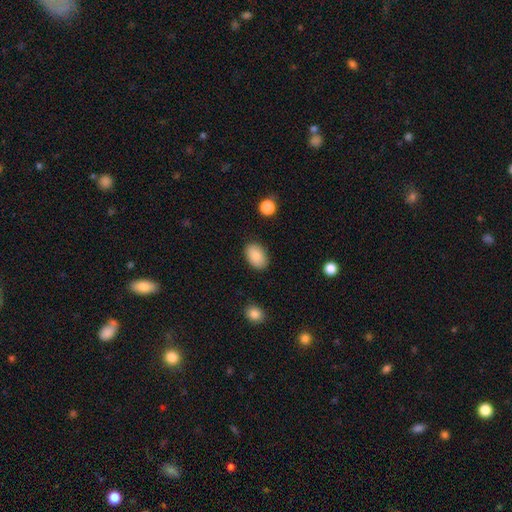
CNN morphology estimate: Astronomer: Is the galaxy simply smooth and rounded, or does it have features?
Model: smooth — 88%.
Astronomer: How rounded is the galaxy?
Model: in between — 89%.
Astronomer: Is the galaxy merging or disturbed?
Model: none — 86%.